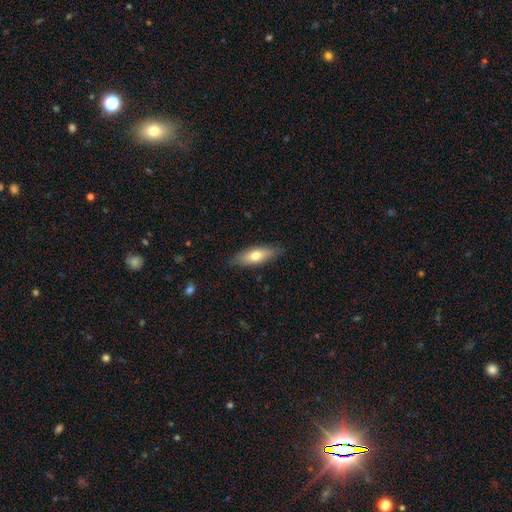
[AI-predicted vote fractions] Morphology: type=smooth (67%); roundness=in between (61%); merging=none (83%).